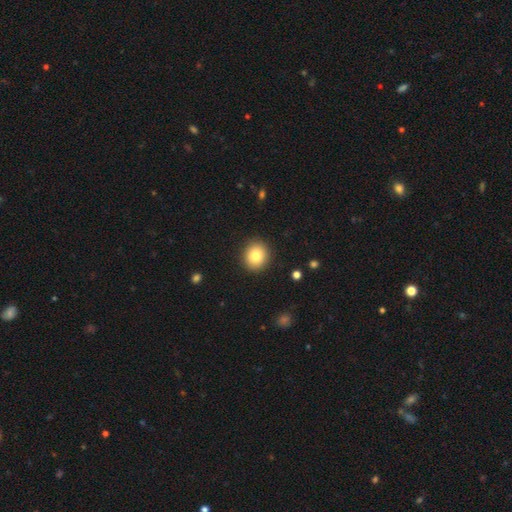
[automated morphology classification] smooth_or_featured: smooth (p=0.82) [alt: star or artifact p=0.09]
how_rounded: round (p=0.80) [alt: in between p=0.19]
merging: none (p=0.91) [alt: minor disturbance p=0.06]